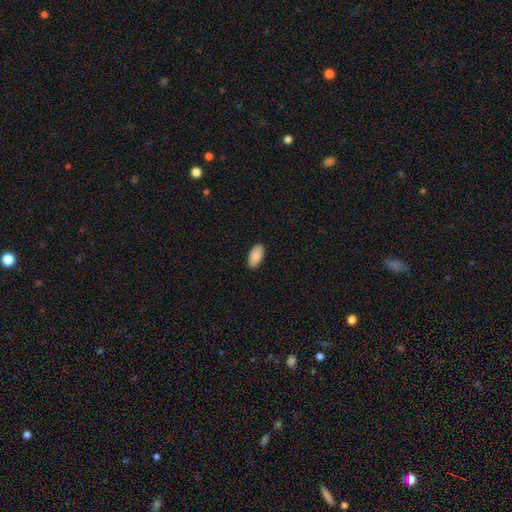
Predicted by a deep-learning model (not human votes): smooth 88%, star or artifact 6%, featured or disk 6%. Down the decision tree: how rounded — in between (94%); merging — none (89%).